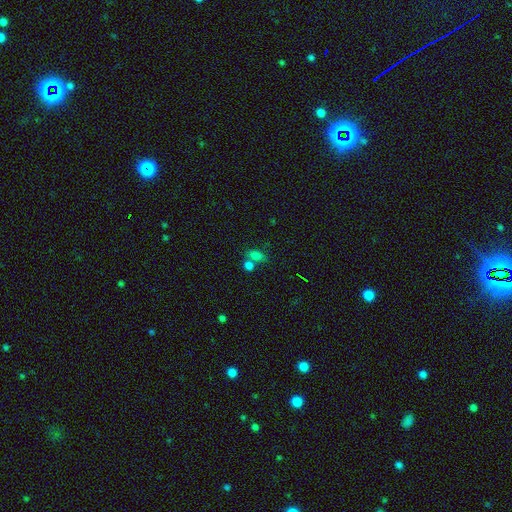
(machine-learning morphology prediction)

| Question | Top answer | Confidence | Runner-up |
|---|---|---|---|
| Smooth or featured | smooth | 74% | star or artifact (16%) |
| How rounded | in between | 77% | round (17%) |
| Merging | none | 47% | merger (35%) |